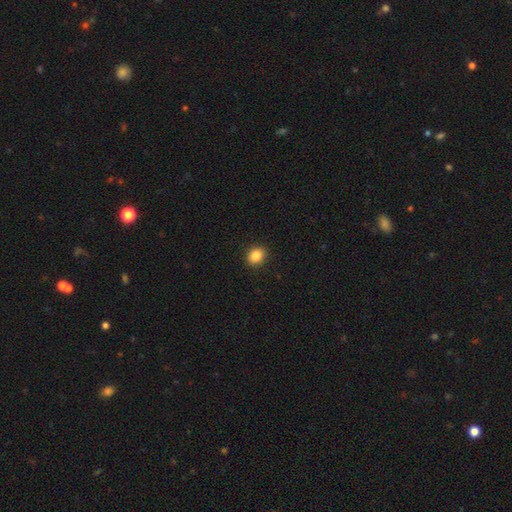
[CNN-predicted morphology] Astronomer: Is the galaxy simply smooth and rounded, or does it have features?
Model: smooth — 87%.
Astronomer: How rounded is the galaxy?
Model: round — 52% (runner-up: in between, 47%).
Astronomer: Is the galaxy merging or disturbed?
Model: none — 91%.